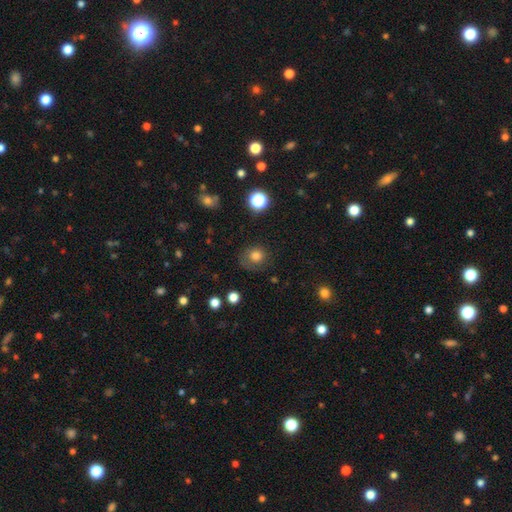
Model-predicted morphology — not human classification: A smooth galaxy with no disk features (75%) that is round (80%). Merging: none (66%).